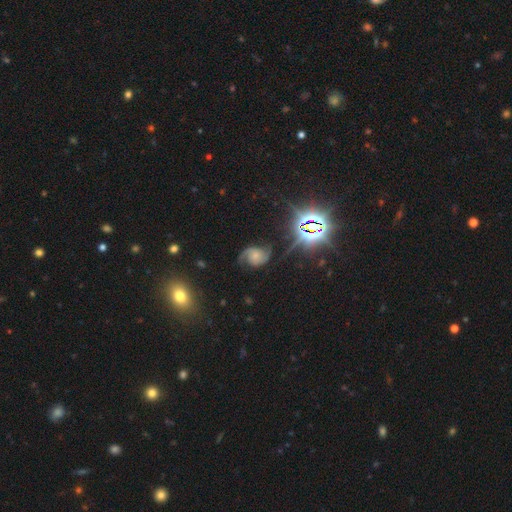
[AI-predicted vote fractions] Overall: featured or disk (72%). Edge-on disk: no (97%). Bar: no (72%). Spiral arms: yes (96%). Spiral arm count: 2 (85%). Spiral winding: medium (45%; loose 36%). Bulge size: small (45%; moderate 27%). Merging: none (64%).